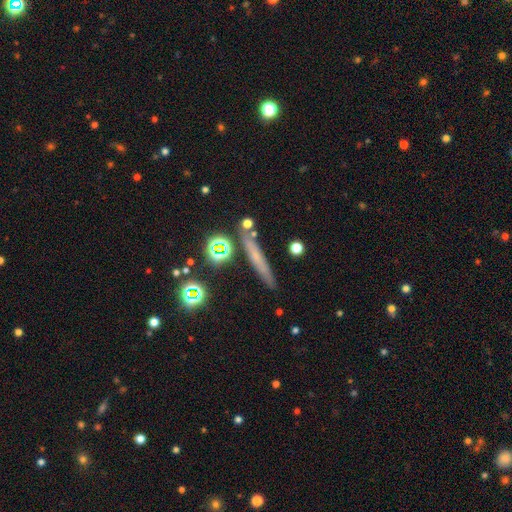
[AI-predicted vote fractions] This is possibly a smooth galaxy (47%). Merging: clearly none (82%).